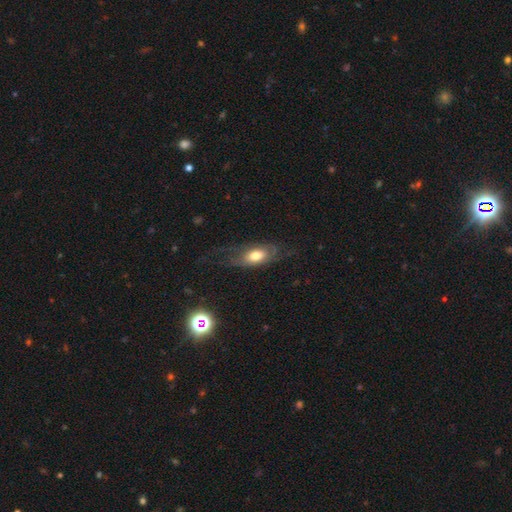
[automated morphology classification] A featured or disk galaxy (49%).

Vote fractions:
- Smooth or featured? featured or disk: 49% / smooth: 43% / star or artifact: 8%
- Merging? none: 54% / major disturbance: 23% / minor disturbance: 21% / merger: 2%